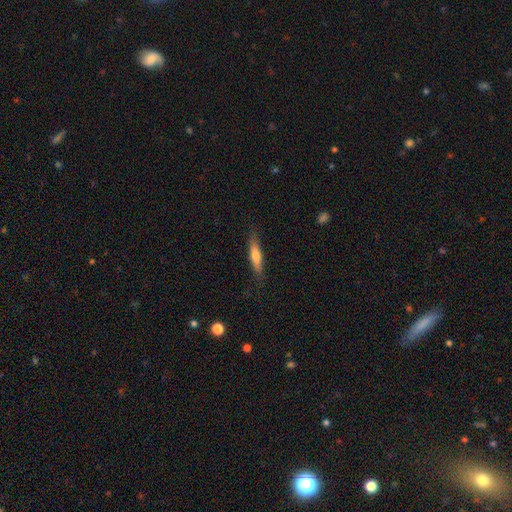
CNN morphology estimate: This is likely a smooth galaxy (62%). How rounded: likely cigar-shaped (79%). Merging: clearly none (83%).